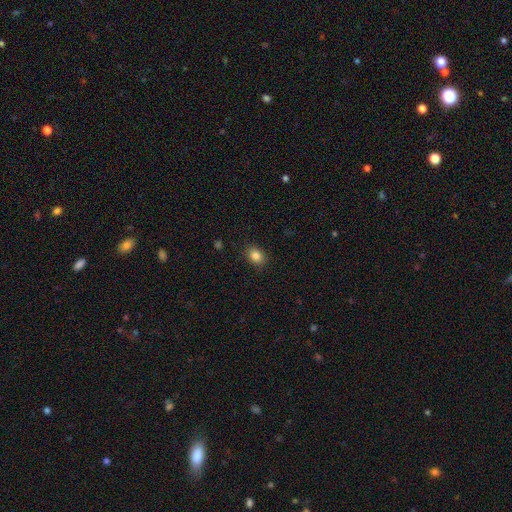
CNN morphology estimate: This appears to be a smooth galaxy with no disk features (84%) that is in between round and cigar-shaped (61%). Merging: none (88%).